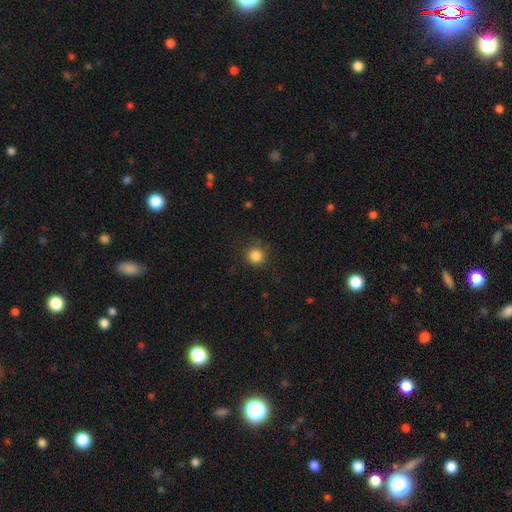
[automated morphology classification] This is clearly a smooth galaxy (85%). How rounded: clearly round (94%). Merging: clearly none (86%).